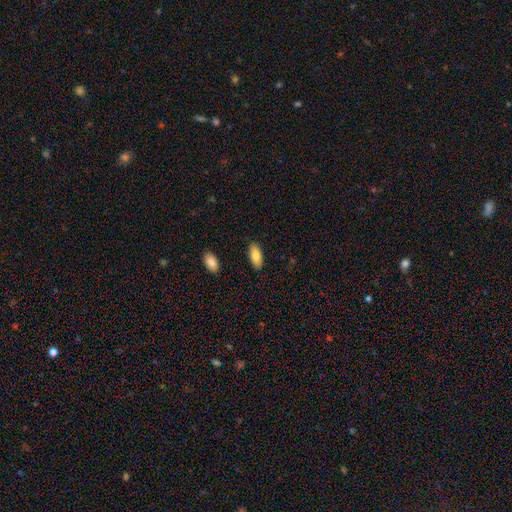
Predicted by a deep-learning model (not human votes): The model was most divided on "smooth or featured": smooth: 80%, featured or disk: 13%, star or artifact: 6%. More confident: merging — none (87%); how rounded — in between (86%).